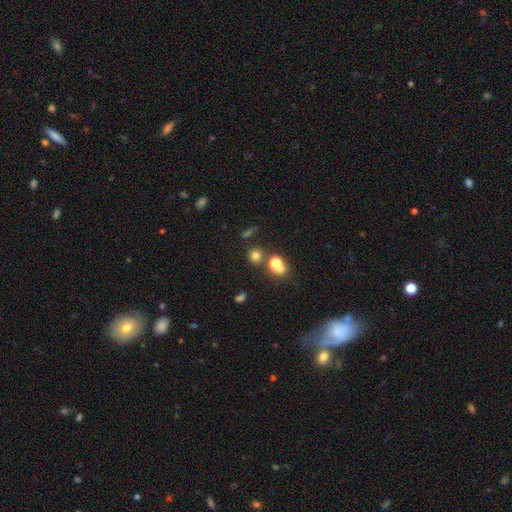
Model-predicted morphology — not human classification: smooth-or-featured: smooth: 71% | star or artifact: 21% | featured or disk: 9%
  how-rounded: round: 88% | in between: 11% | cigar-shaped: 1%
  merging: none: 70% | merger: 18% | minor disturbance: 8% | major disturbance: 4%